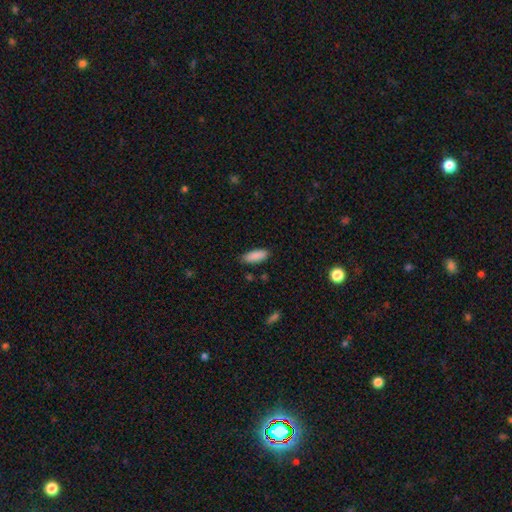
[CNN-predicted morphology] A smooth galaxy with no disk features (89%) that is in between round and cigar-shaped (74%).

Vote fractions:
- Smooth or featured? smooth: 89% / star or artifact: 7% / featured or disk: 4%
- How rounded? in between: 74% / cigar-shaped: 24% / round: 2%
- Merging? none: 83% / minor disturbance: 13% / major disturbance: 2% / merger: 1%